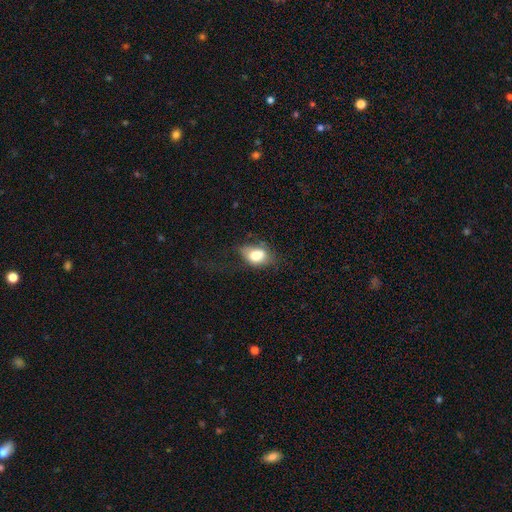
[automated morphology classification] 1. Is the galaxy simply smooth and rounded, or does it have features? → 77% smooth, 14% featured or disk, 9% star or artifact.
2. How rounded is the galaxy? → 77% in between, 21% round, 2% cigar-shaped.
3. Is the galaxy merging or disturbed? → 45% none, 30% minor disturbance, 21% major disturbance, 5% merger.